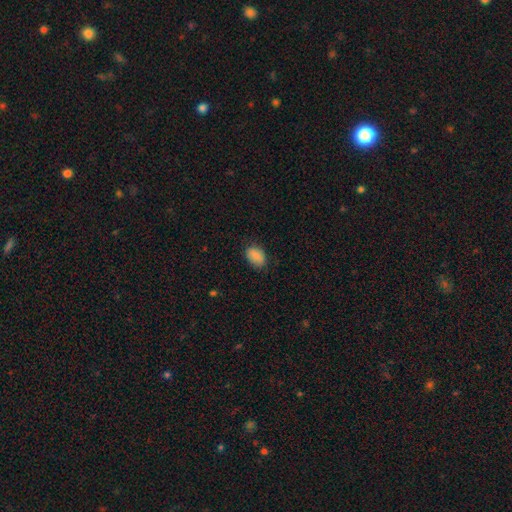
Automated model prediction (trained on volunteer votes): smooth 85%, star or artifact 8%, featured or disk 7%. Down the decision tree: how rounded — in between (82%); merging — none (80%).